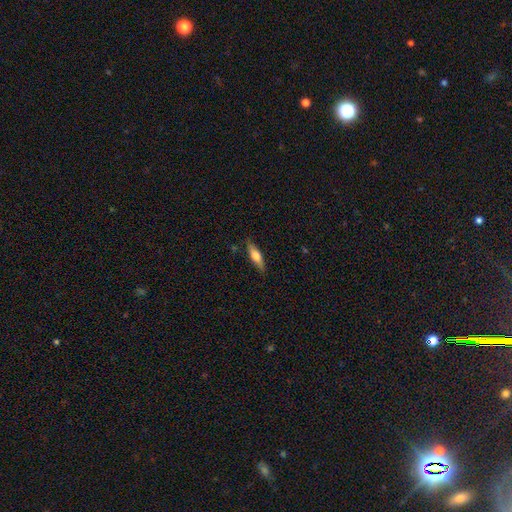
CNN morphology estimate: Smooth or featured: smooth — 60% (featured or disk — 34%)
How rounded: cigar-shaped — 61% (in between — 36%)
Merging: none — 84% (minor disturbance — 13%)